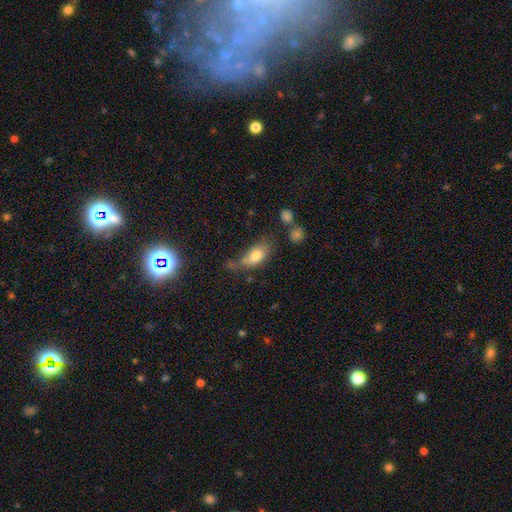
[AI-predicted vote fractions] A smooth galaxy with no disk features (77%) that is in between round and cigar-shaped (84%). Merging: none (37%).